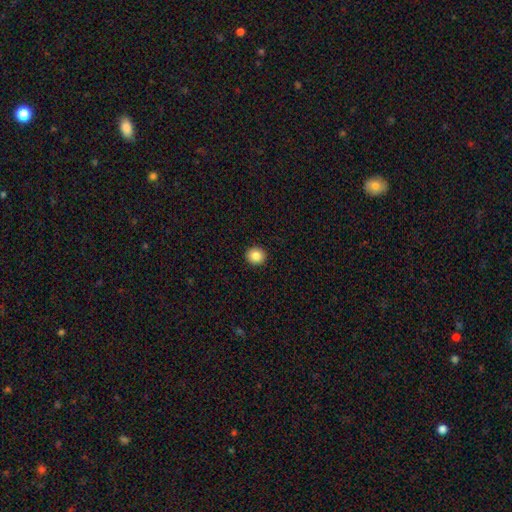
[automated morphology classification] Smooth or featured? Predicted: smooth (p=0.86). How rounded? Predicted: round (p=0.87). Merging? Predicted: none (p=0.93).